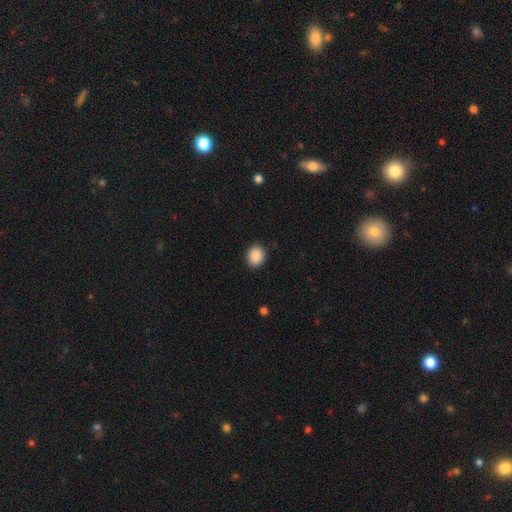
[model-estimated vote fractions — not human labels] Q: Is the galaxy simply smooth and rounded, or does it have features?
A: smooth — 89%.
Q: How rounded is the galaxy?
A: round — 61%.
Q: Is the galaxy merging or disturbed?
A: none — 90%.